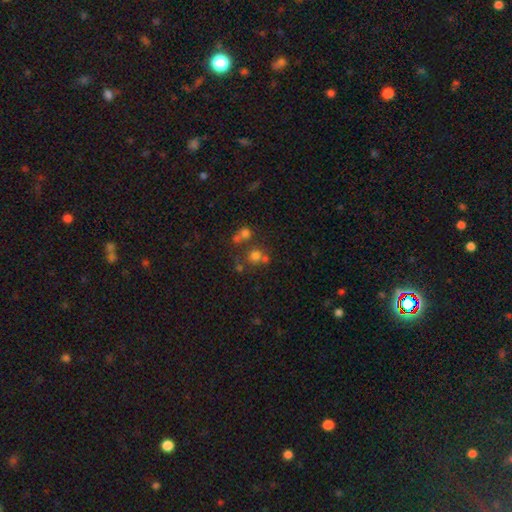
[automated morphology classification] Q: Smooth or featured?
A: star or artifact (46%); runner-up: smooth (37%)